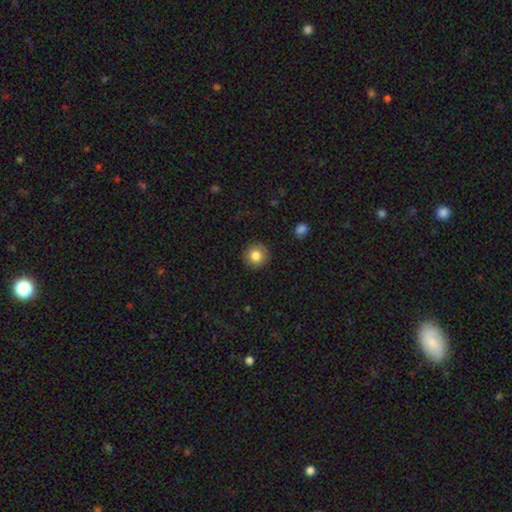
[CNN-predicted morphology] This appears to be a smooth galaxy with no disk features (83%) that is round (94%). Merging: none (90%).